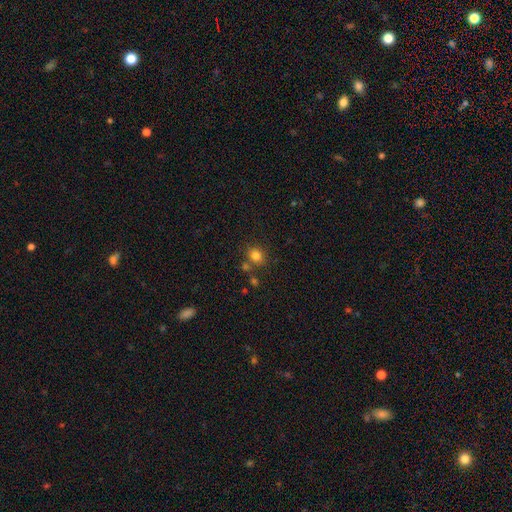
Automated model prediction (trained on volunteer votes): This appears to be a smooth galaxy with no disk features (81%) that is round (64%). Merging: none (73%).